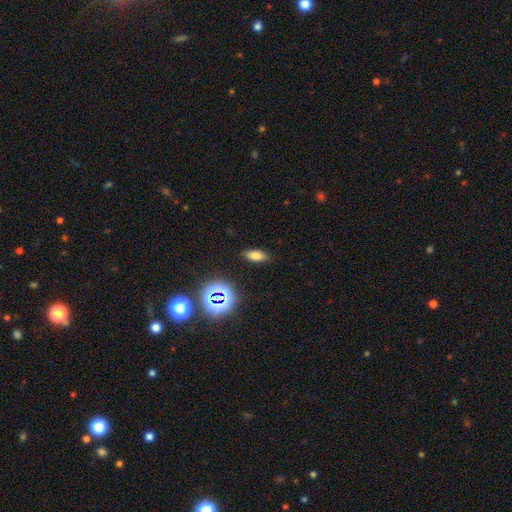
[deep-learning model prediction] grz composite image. It shows a smooth galaxy with no disk features (72%) that is in between round and cigar-shaped (77%). Merging: none (87%).